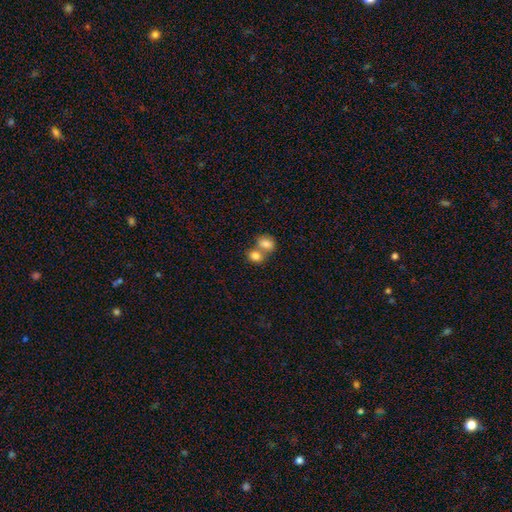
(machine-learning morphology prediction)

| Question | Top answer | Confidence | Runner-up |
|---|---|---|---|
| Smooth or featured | smooth | 81% | featured or disk (10%) |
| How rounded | in between | 53% | round (46%) |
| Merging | merger | 63% | none (28%) |